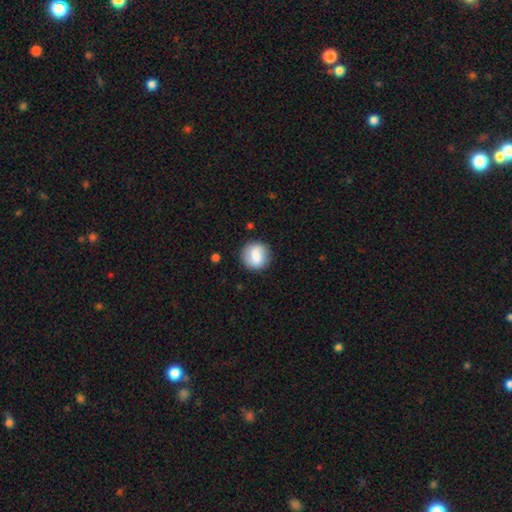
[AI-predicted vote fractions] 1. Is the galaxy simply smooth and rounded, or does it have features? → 77% smooth, 16% featured or disk, 7% star or artifact.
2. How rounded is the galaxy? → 87% round, 12% in between, 1% cigar-shaped.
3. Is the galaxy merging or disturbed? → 83% none, 11% minor disturbance, 3% major disturbance, 2% merger.